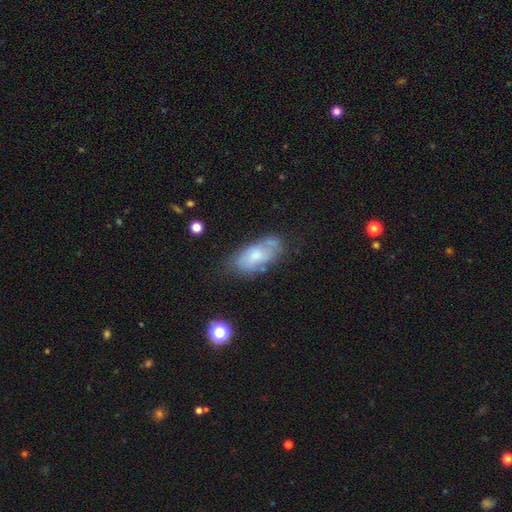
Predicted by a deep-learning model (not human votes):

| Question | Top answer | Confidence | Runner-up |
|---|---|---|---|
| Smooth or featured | smooth | 57% | featured or disk (35%) |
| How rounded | in between | 91% | cigar-shaped (6%) |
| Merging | none | 54% | minor disturbance (27%) |